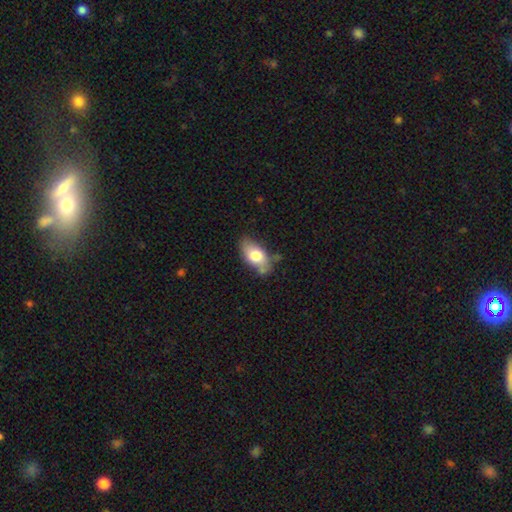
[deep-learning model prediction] The model was most divided on "merging": none: 59%, minor disturbance: 27%, merger: 7%, major disturbance: 7%. More confident: how rounded — in between (91%); smooth or featured — smooth (73%).